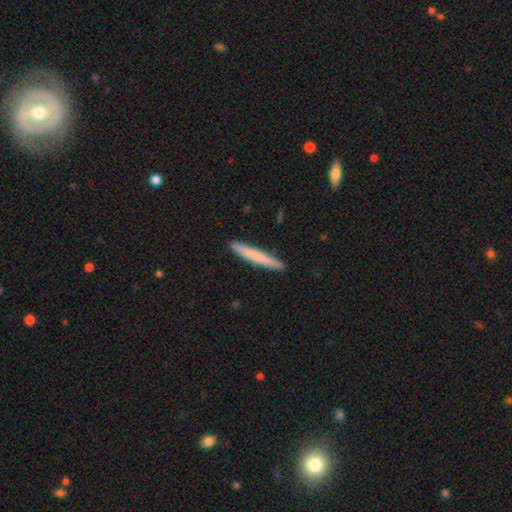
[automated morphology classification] The model was most divided on "smooth or featured": smooth: 72%, featured or disk: 23%, star or artifact: 5%. More confident: how rounded — cigar-shaped (96%); merging — none (91%).